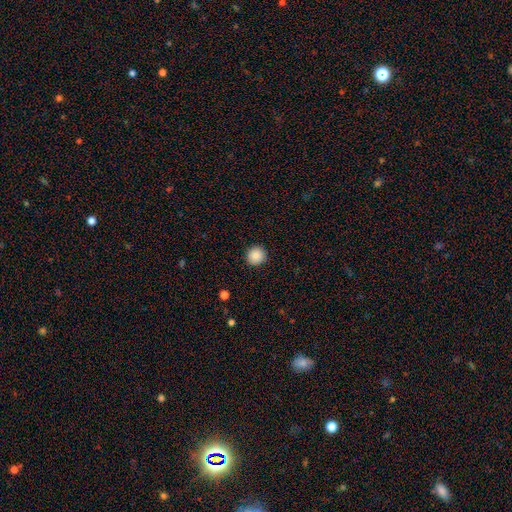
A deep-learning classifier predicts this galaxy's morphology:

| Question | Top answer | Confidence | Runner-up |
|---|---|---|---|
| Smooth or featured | smooth | 88% | star or artifact (9%) |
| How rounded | round | 94% | in between (5%) |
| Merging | none | 92% | minor disturbance (5%) |